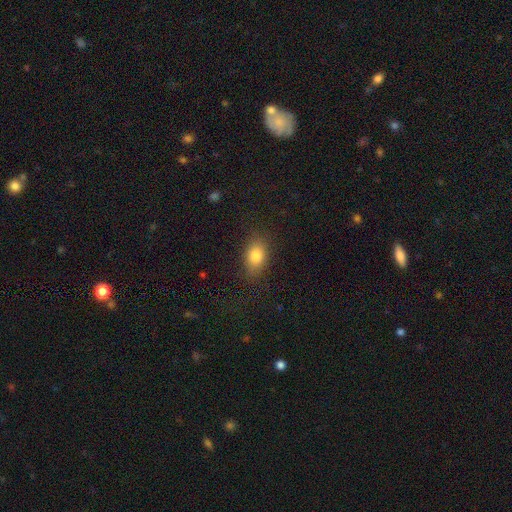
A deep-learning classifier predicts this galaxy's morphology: Overall: smooth (82%). How rounded: in between (81%). Merging: none (82%).